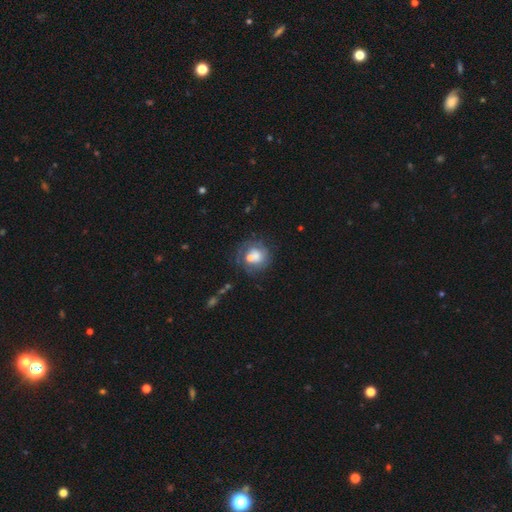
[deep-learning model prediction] Overall: smooth (50%; featured or disk 39%). How rounded: round (79%). Merging: none (46%; merger 24%).